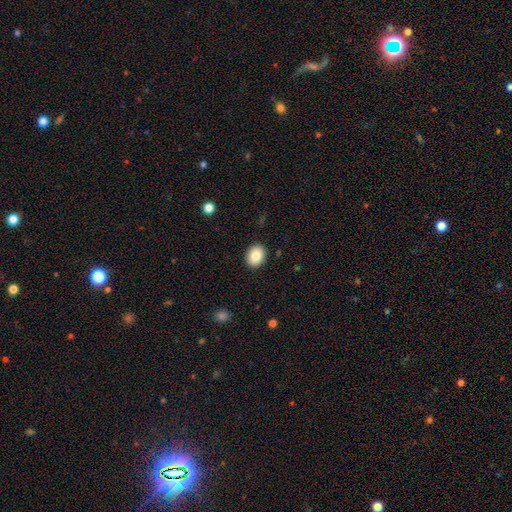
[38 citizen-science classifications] A smooth galaxy with no disk features (79%) that is round (60%).

Vote fractions:
- Smooth or featured? smooth: 79% / featured or disk: 16% / star or artifact: 5%
- How rounded? round: 60% / in between: 37% / cigar-shaped: 3%
- Merging? none: 86% / minor disturbance: 11% / major disturbance: 3% / merger: 0%